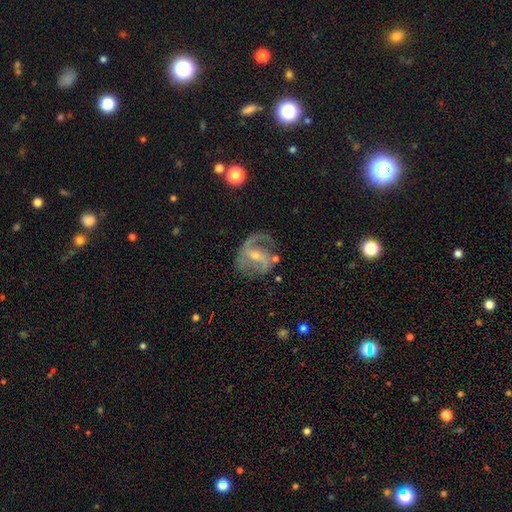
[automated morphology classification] smooth_or_featured: featured or disk (p=0.85) [alt: smooth p=0.08]
disk_edge_on: no (p=0.97) [alt: yes p=0.03]
bar: weak (p=0.43) [alt: strong p=0.37]
has_spiral_arms: yes (p=0.93) [alt: no p=0.07]
spiral_winding: medium (p=0.49) [alt: loose p=0.31]
spiral_arm_count: 2 (p=0.68) [alt: 1 p=0.19]
bulge_size: small (p=0.60) [alt: moderate p=0.35]
merging: none (p=0.59) [alt: minor disturbance p=0.20]